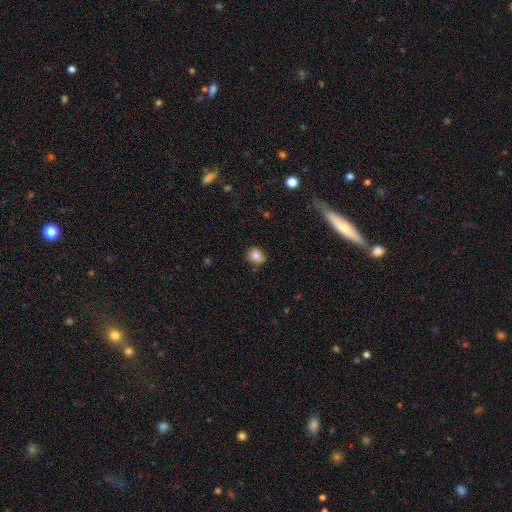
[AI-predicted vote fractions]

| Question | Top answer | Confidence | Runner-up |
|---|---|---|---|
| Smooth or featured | smooth | 81% | star or artifact (10%) |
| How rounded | round | 71% | in between (28%) |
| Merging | none | 73% | minor disturbance (21%) |